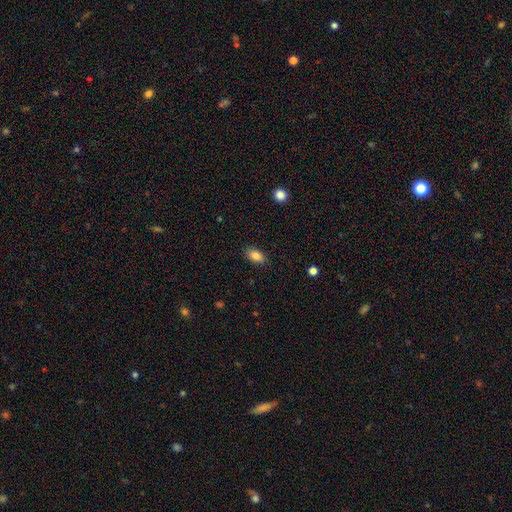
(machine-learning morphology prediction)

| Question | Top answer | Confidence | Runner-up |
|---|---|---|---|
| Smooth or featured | smooth | 86% | star or artifact (8%) |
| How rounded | in between | 90% | round (7%) |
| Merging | none | 87% | minor disturbance (10%) |